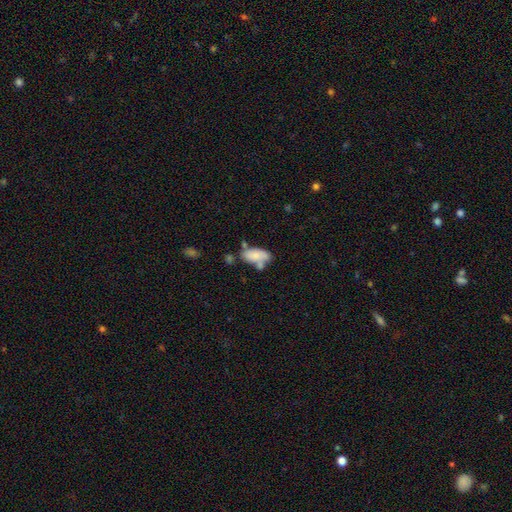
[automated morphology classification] Smooth or featured?
  - smooth: 77% *
  - featured or disk: 16%
  - star or artifact: 8%
How rounded?
  - in between: 90% *
  - cigar-shaped: 7%
  - round: 3%
Merging?
  - none: 43% *
  - merger: 28%
  - minor disturbance: 21%
  - major disturbance: 8%